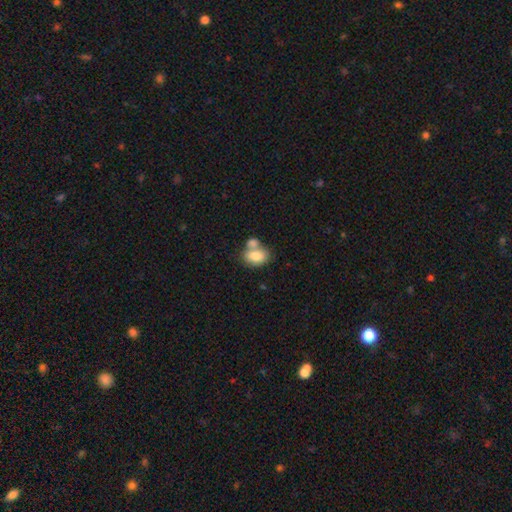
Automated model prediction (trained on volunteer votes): Morphology: type=smooth (79%); roundness=in between (82%); merging=merger (48%).